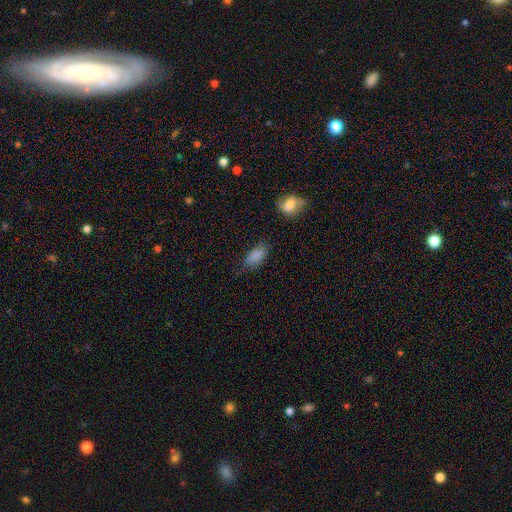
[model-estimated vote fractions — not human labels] Morphology: type=smooth (85%); roundness=in between (92%); merging=none (66%).